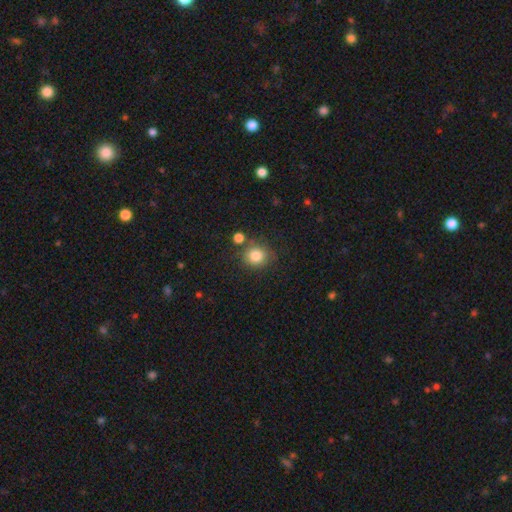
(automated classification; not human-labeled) Morphology: type=smooth (82%); roundness=round (85%); merging=none (74%).